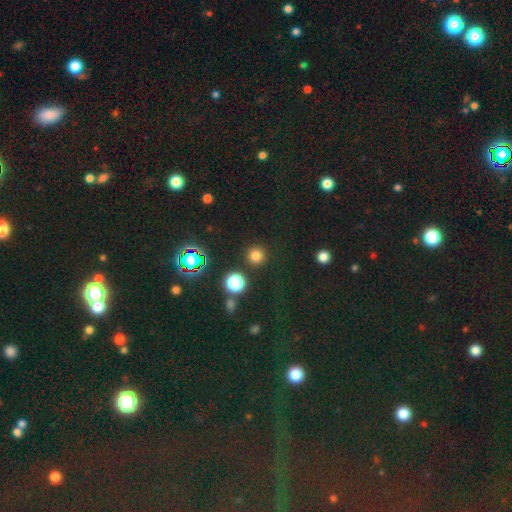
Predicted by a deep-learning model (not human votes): Smooth or featured? Predicted: smooth (p=0.76). How rounded? Predicted: round (p=0.95). Merging? Predicted: none (p=0.89).